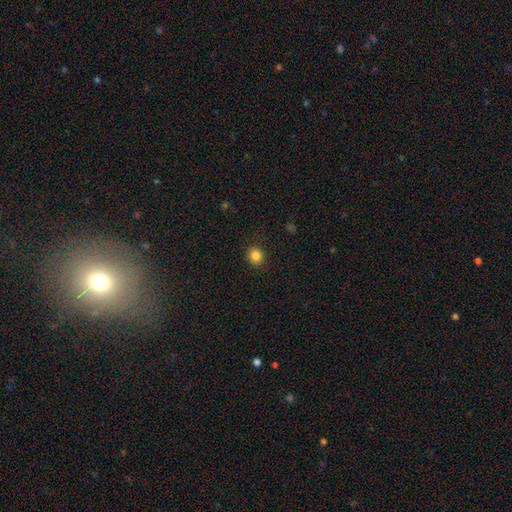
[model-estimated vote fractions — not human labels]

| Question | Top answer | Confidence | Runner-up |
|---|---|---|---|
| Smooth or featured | smooth | 84% | star or artifact (11%) |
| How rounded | round | 79% | in between (20%) |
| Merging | none | 90% | minor disturbance (7%) |